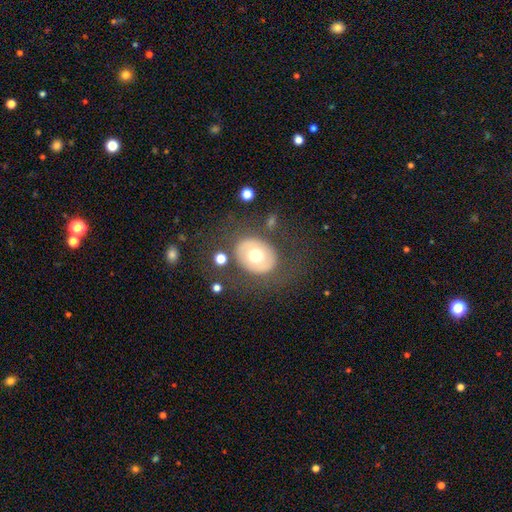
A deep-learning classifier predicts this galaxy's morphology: Q: Smooth or featured?
A: smooth (57%); runner-up: featured or disk (35%)
Q: How rounded?
A: in between (51%); runner-up: round (48%)
Q: Merging?
A: none (74%); runner-up: minor disturbance (13%)